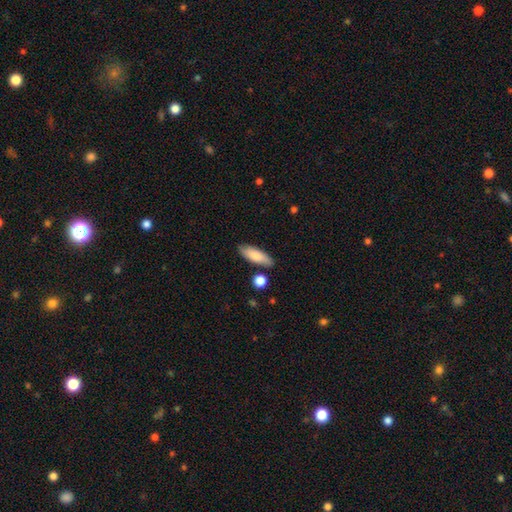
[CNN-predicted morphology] smooth 82%, featured or disk 12%, star or artifact 6%. Down the decision tree: how rounded — in between (61%); merging — none (81%).